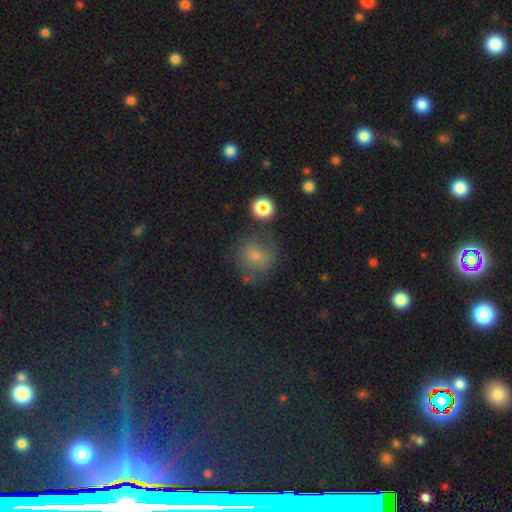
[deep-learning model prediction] Smooth or featured? smooth (58%)
How rounded? round (83%)
Merging? none (61%)